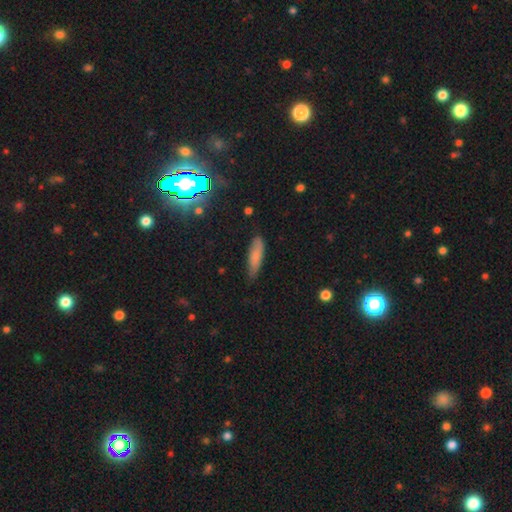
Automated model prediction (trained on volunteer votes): Smooth or featured? smooth (74%)
How rounded? cigar-shaped (61%)
Merging? none (76%)